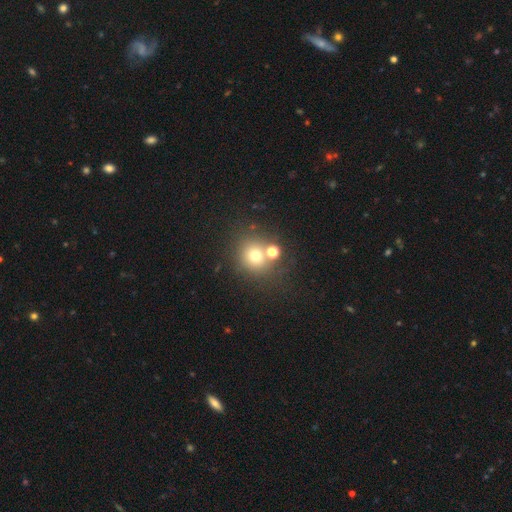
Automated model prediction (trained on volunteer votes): Smooth or featured? Predicted: smooth (p=0.69). How rounded? Predicted: round (p=0.87). Merging? Predicted: none (p=0.63).